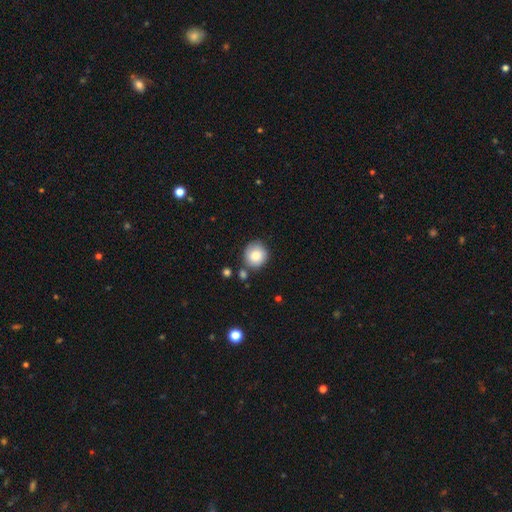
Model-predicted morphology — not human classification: Smooth or featured: smooth — 84% (featured or disk — 8%)
How rounded: round — 87% (in between — 12%)
Merging: none — 76% (minor disturbance — 14%)